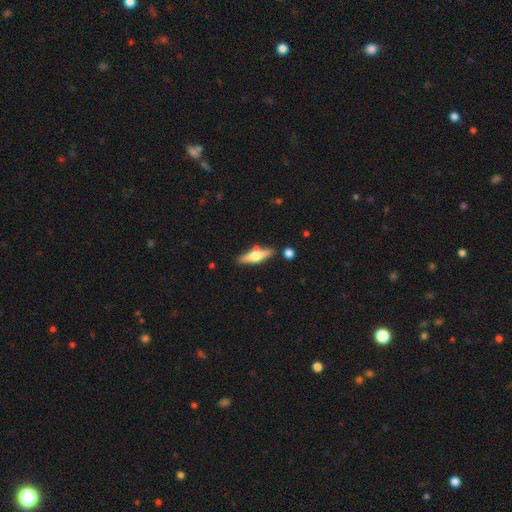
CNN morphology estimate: This appears to be a featured or disk galaxy (52%) viewed edge-on (92%). Merging: none (80%).